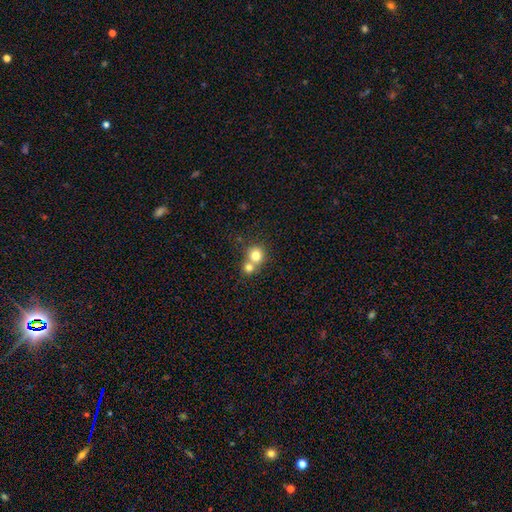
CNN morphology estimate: A smooth galaxy with no disk features (78%) that is round (86%).

Vote fractions:
- Smooth or featured? smooth: 78% / featured or disk: 11% / star or artifact: 11%
- How rounded? round: 86% / in between: 13% / cigar-shaped: 1%
- Merging? merger: 53% / none: 40% / minor disturbance: 5% / major disturbance: 2%